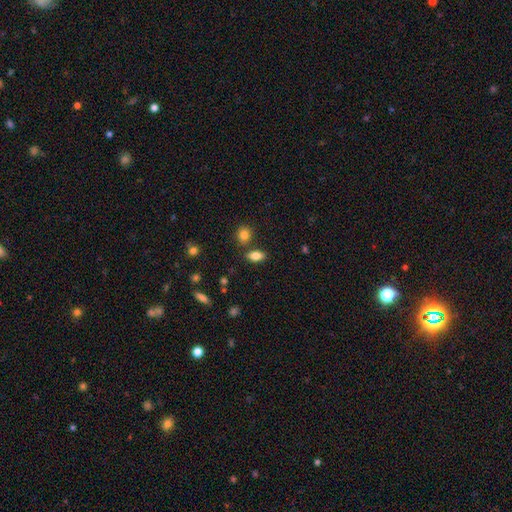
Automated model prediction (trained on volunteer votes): Smooth or featured: smooth — 82% (star or artifact — 9%)
How rounded: in between — 86% (round — 7%)
Merging: none — 76% (minor disturbance — 11%)